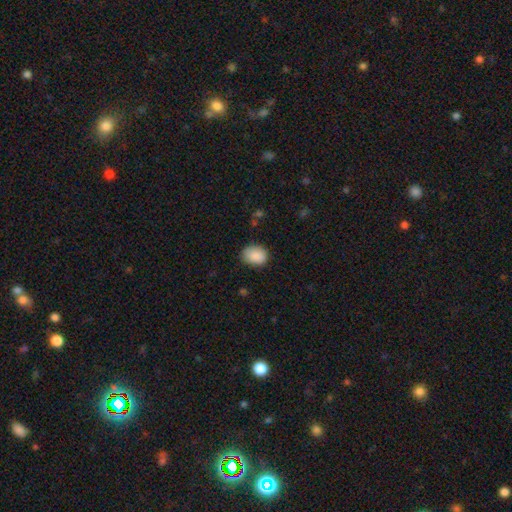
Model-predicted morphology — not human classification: Overall: smooth (89%). How rounded: in between (58%; round 41%). Merging: none (78%).